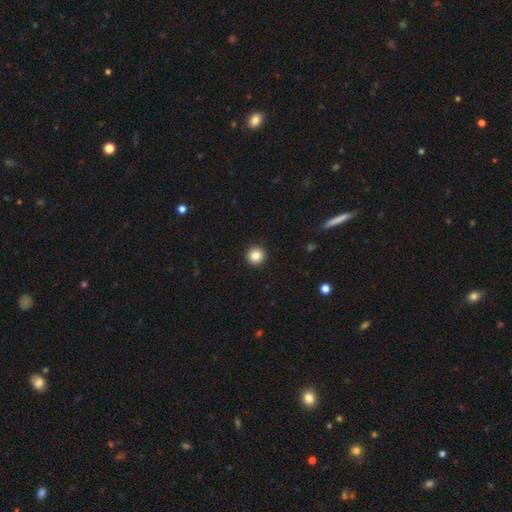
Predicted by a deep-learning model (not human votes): Overall: smooth (86%). How rounded: round (95%). Merging: none (93%).